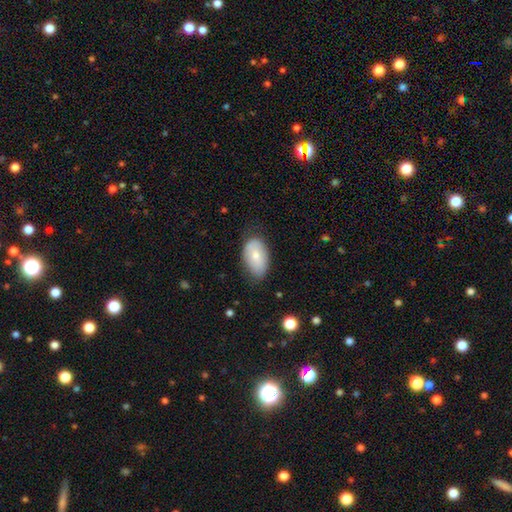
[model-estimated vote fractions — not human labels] Smooth or featured? Predicted: smooth (p=0.70). How rounded? Predicted: in between (p=0.93). Merging? Predicted: none (p=0.66).